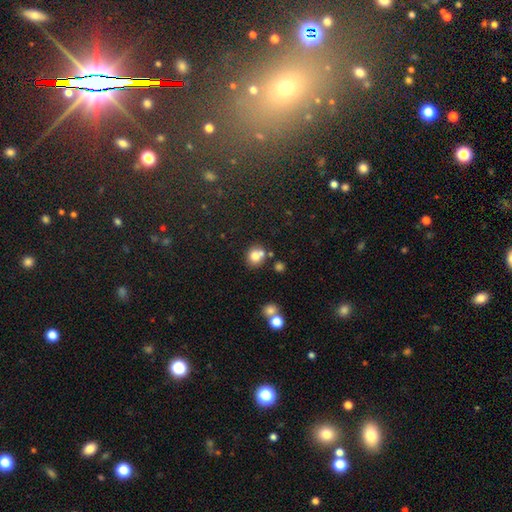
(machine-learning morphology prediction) smooth 76%, star or artifact 12%, featured or disk 12%. Down the decision tree: how rounded — round (78%); merging — none (56%).